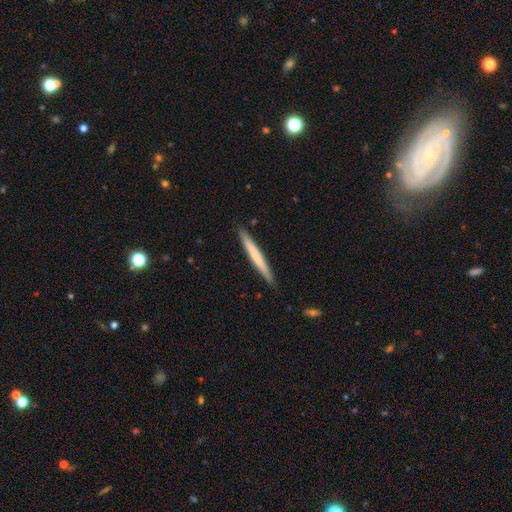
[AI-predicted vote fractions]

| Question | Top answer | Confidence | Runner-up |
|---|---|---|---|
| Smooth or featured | smooth | 59% | featured or disk (36%) |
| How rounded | cigar-shaped | 97% | in between (2%) |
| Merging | none | 90% | minor disturbance (7%) |